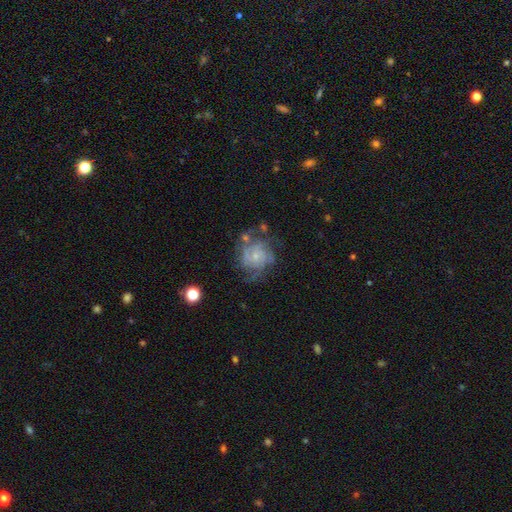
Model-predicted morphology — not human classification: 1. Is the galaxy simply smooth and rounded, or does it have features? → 79% featured or disk, 13% smooth, 7% star or artifact.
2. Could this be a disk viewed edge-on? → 98% no, 2% yes.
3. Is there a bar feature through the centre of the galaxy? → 76% no, 21% weak, 3% strong.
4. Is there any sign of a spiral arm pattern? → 91% yes, 9% no.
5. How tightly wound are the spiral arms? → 55% tight, 34% medium, 11% loose.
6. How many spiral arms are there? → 34% can't tell, 22% 3, 17% 2, 15% 4, 6% more than 4, 6% 1.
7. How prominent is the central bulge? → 71% small, 21% moderate, 6% none, 2% large, 1% dominant.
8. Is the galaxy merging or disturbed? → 55% none, 22% minor disturbance, 18% major disturbance, 5% merger.